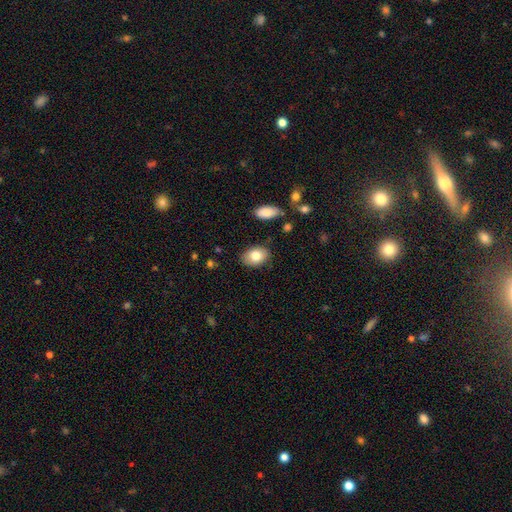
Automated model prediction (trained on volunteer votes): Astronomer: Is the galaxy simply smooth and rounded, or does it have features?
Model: smooth — 80%.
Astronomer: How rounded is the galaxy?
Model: in between — 84%.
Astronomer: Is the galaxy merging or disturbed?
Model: none — 83%.